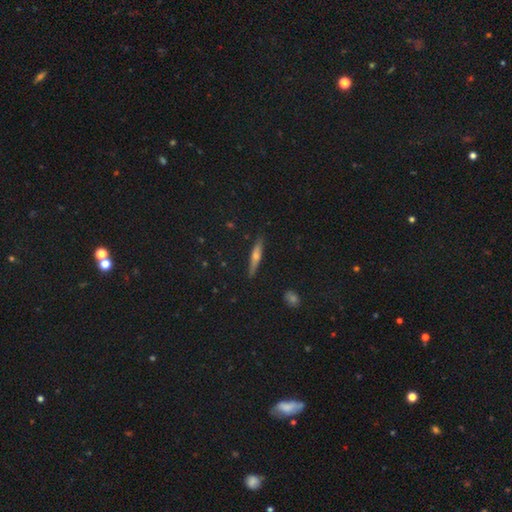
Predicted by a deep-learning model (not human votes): Smooth or featured? Predicted: featured or disk (p=0.58). Edge-on disk? Predicted: yes (p=0.95). Edge-on bulge? Predicted: rounded (p=0.85). Merging? Predicted: none (p=0.89).